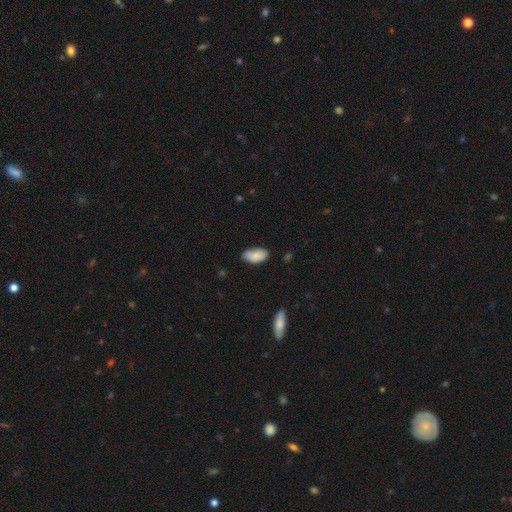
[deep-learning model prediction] Morphology: type=smooth (87%); roundness=in between (95%); merging=none (72%).